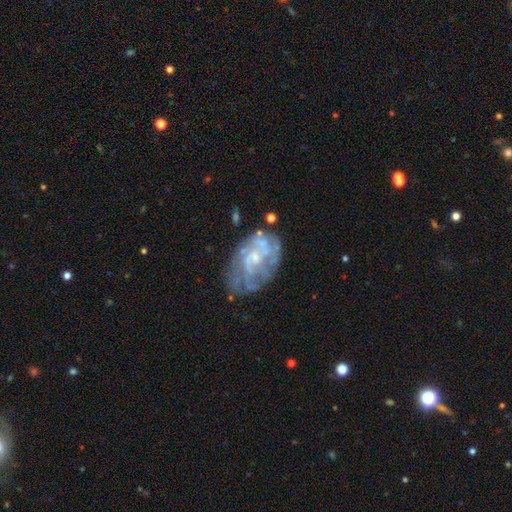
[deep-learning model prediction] The model was most divided on "spiral winding": tight: 50%, medium: 35%, loose: 15%. More confident: edge-on disk — no (96%); spiral arms — yes (76%); smooth or featured — featured or disk (71%); merging — none (65%); bar — no (62%); bulge size — small (58%); spiral arm count — can't tell (51%).